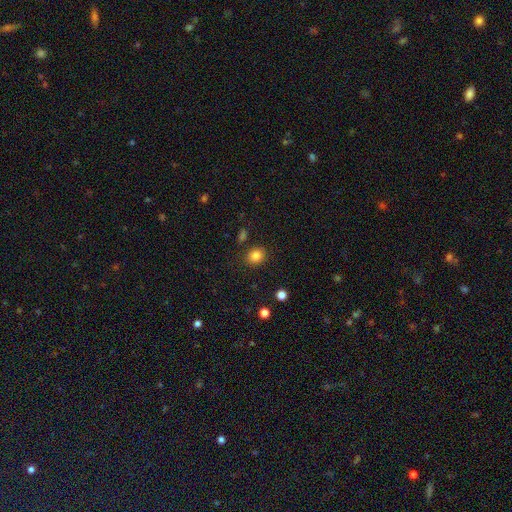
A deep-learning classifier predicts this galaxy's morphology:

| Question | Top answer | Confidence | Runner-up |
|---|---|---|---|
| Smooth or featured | smooth | 83% | star or artifact (11%) |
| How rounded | round | 68% | in between (31%) |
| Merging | none | 86% | minor disturbance (9%) |